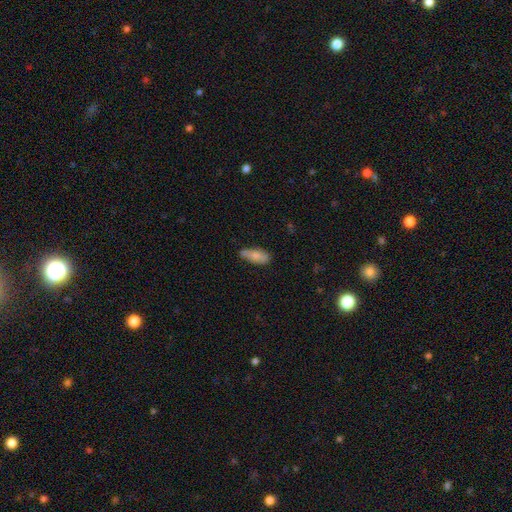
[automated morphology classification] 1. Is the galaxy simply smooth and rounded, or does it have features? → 75% smooth, 19% featured or disk, 6% star or artifact.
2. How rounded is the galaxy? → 79% in between, 19% cigar-shaped, 2% round.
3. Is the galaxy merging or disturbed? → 62% none, 29% minor disturbance, 5% major disturbance, 4% merger.